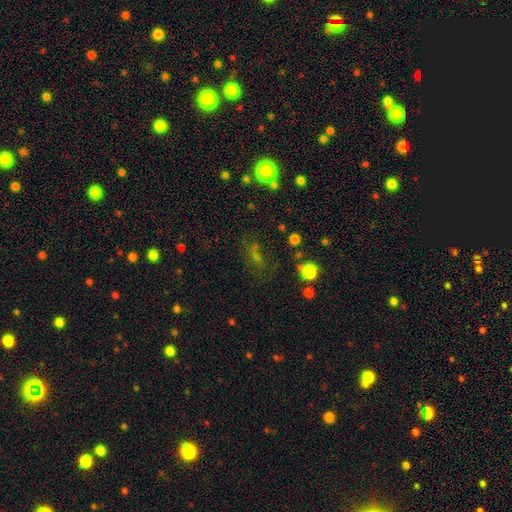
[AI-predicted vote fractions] Smooth or featured: smooth — 44% (star or artifact — 40%)
Merging: none — 61% (minor disturbance — 17%)